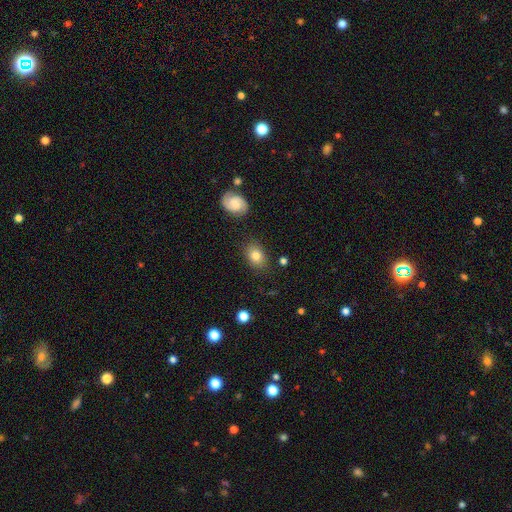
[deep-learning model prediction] Smooth or featured? Predicted: smooth (p=0.79). How rounded? Predicted: in between (p=0.73). Merging? Predicted: none (p=0.81).